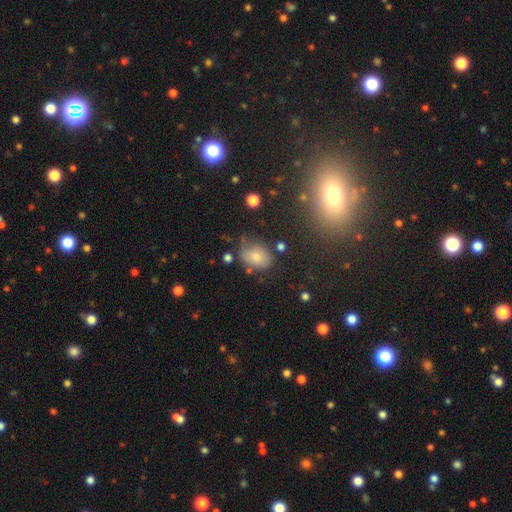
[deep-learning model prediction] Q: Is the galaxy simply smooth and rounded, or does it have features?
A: smooth — 74%.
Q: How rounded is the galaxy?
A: in between — 71%.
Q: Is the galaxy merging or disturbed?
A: none — 64%.